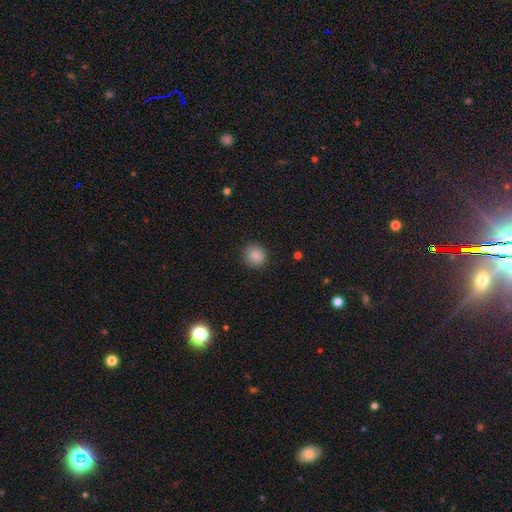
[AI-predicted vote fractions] This is clearly a smooth galaxy (87%). How rounded: clearly round (91%). Merging: clearly none (90%).